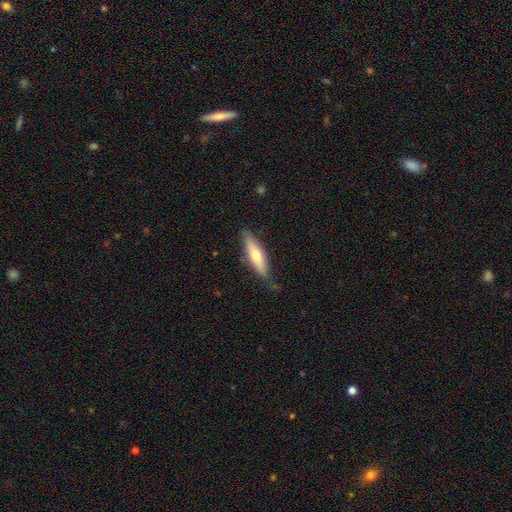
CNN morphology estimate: A smooth galaxy with no disk features (57%) that is cigar-shaped (65%).

Vote fractions:
- Smooth or featured? smooth: 57% / featured or disk: 38% / star or artifact: 6%
- How rounded? cigar-shaped: 65% / in between: 34% / round: 2%
- Merging? none: 77% / minor disturbance: 18% / major disturbance: 3% / merger: 2%